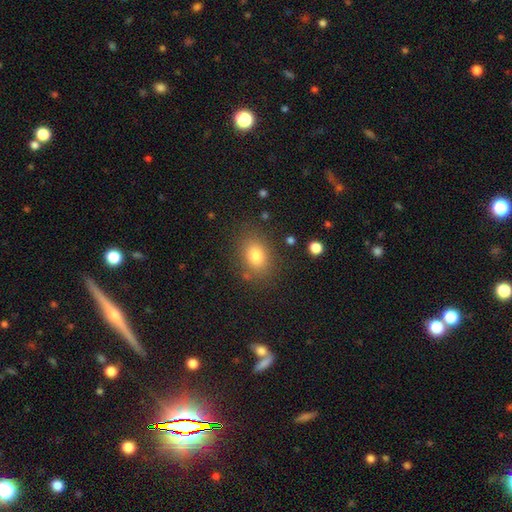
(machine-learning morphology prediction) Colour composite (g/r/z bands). It shows a smooth galaxy with no disk features (79%) that is in between round and cigar-shaped (68%). Merging: none (81%).